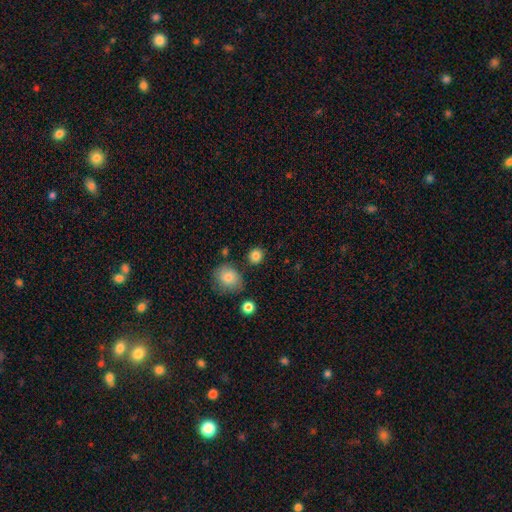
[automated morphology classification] Smooth or featured?
  - smooth: 84% *
  - star or artifact: 10%
  - featured or disk: 5%
How rounded?
  - round: 84% *
  - in between: 15%
  - cigar-shaped: 1%
Merging?
  - none: 84% *
  - minor disturbance: 9%
  - merger: 4%
  - major disturbance: 3%